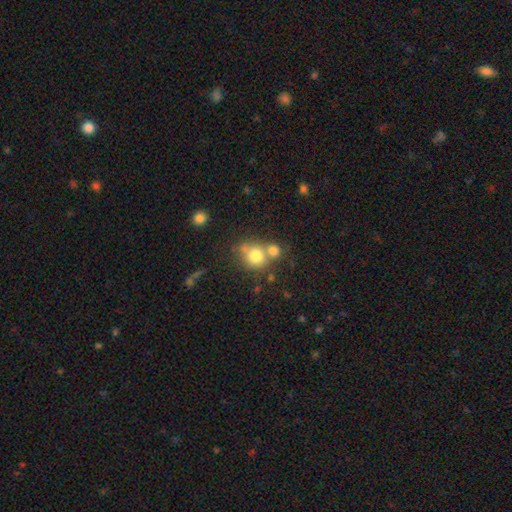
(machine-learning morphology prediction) A smooth galaxy with no disk features (75%) that is round (80%).

Vote fractions:
- Smooth or featured? smooth: 75% / featured or disk: 13% / star or artifact: 12%
- How rounded? round: 80% / in between: 19% / cigar-shaped: 1%
- Merging? none: 44% / merger: 41% / minor disturbance: 11% / major disturbance: 5%